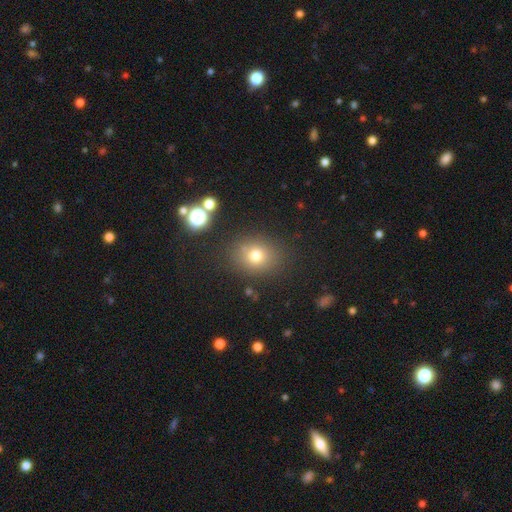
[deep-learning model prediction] Smooth or featured: smooth — 74% (star or artifact — 16%)
How rounded: round — 61% (in between — 37%)
Merging: none — 80% (minor disturbance — 11%)